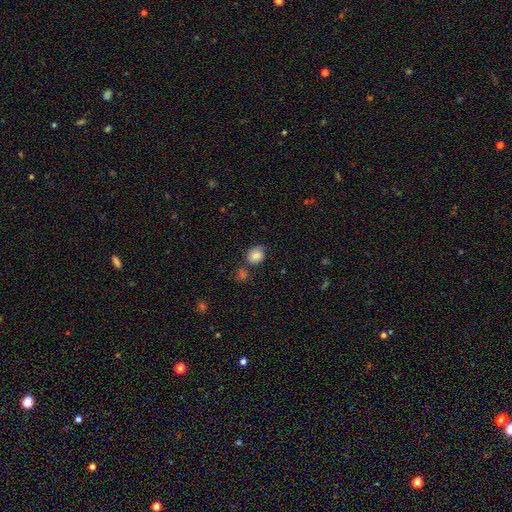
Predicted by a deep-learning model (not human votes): Smooth or featured?
  - smooth: 84% *
  - star or artifact: 9%
  - featured or disk: 7%
How rounded?
  - in between: 51% *
  - round: 48%
  - cigar-shaped: 1%
Merging?
  - none: 64% *
  - minor disturbance: 20%
  - merger: 11%
  - major disturbance: 5%